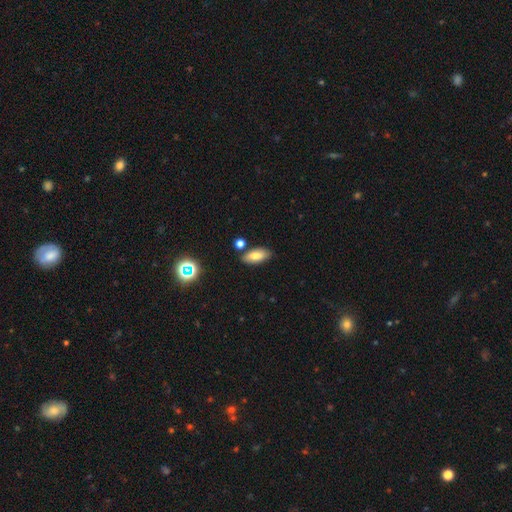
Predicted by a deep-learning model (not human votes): Overall: smooth (77%). How rounded: in between (86%). Merging: none (80%).